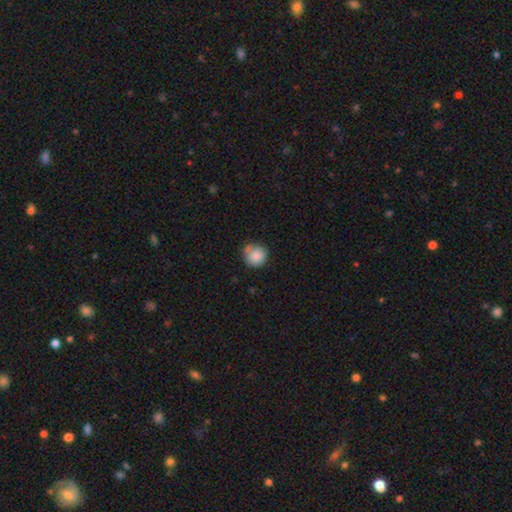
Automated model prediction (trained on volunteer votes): Smooth or featured?
  - smooth: 85% *
  - star or artifact: 8%
  - featured or disk: 7%
How rounded?
  - round: 92% *
  - in between: 8%
  - cigar-shaped: 1%
Merging?
  - none: 66% *
  - minor disturbance: 20%
  - merger: 10%
  - major disturbance: 4%